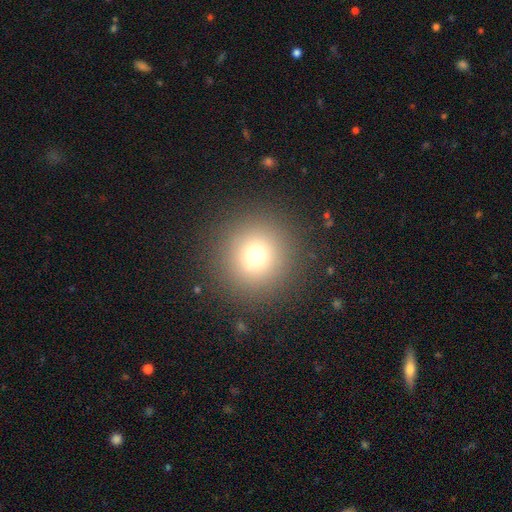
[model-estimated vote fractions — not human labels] smooth 71%, star or artifact 18%, featured or disk 11%. Down the decision tree: how rounded — round (95%); merging — none (89%).